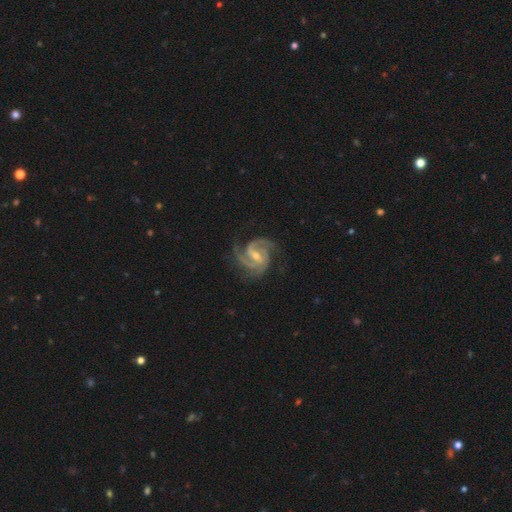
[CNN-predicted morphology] A featured or disk galaxy (93%) with a weak bar (47%), 3 (54%) medium (50%) spiral arms (99%) and a small central bulge (49%). Merging: none (73%).